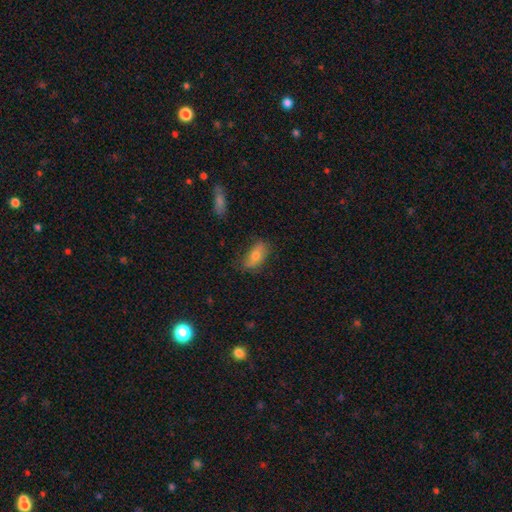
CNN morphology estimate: smooth_or_featured: smooth (p=0.68) [alt: featured or disk p=0.23]
how_rounded: in between (p=0.86) [alt: cigar-shaped p=0.10]
merging: none (p=0.68) [alt: minor disturbance p=0.24]